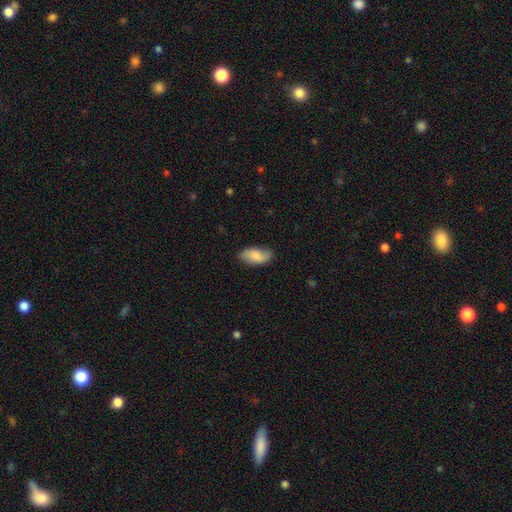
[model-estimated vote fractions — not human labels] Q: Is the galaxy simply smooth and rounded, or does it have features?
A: smooth — 71%.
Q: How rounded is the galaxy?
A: in between — 92%.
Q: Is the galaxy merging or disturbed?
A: none — 77%.